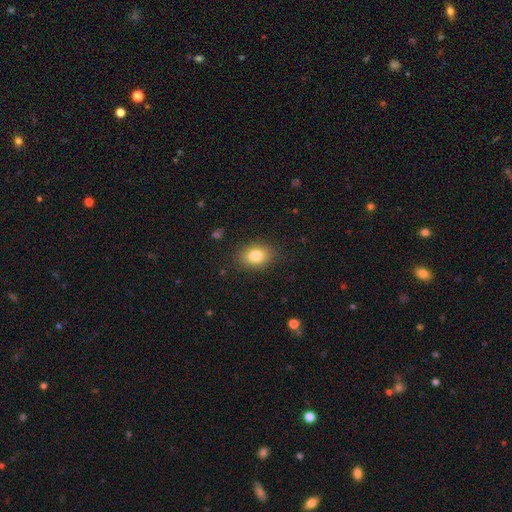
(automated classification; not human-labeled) Morphology: type=smooth (82%); roundness=in between (72%); merging=none (85%).